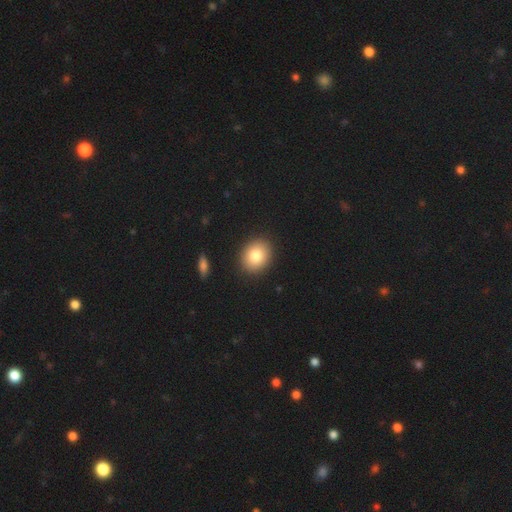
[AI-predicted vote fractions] This appears to be a smooth galaxy with no disk features (82%) that is round (57%). Merging: none (90%).